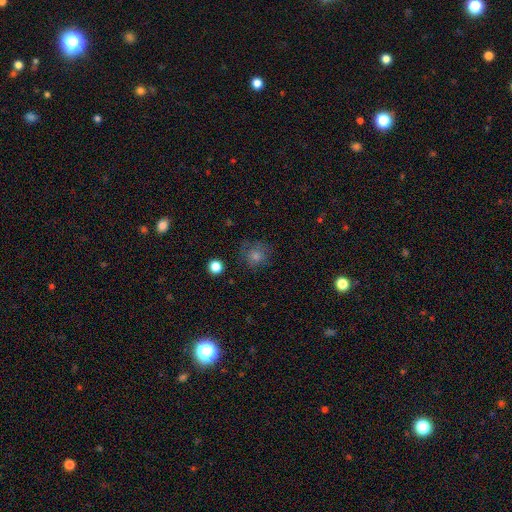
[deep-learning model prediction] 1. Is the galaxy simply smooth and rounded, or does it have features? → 62% smooth, 23% star or artifact, 15% featured or disk.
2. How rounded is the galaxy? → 88% round, 11% in between, 1% cigar-shaped.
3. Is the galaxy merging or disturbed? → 75% none, 16% minor disturbance, 7% major disturbance, 2% merger.